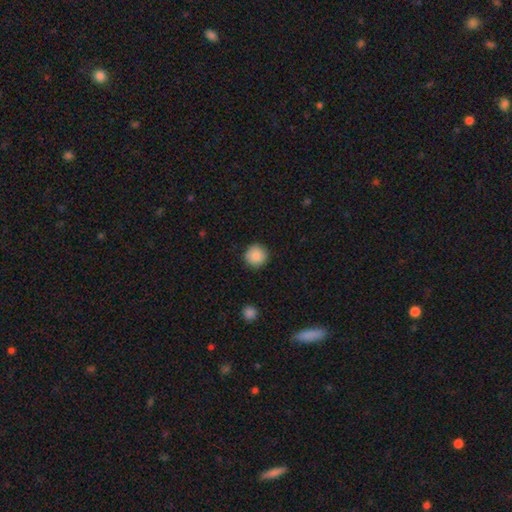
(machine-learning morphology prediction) This appears to be a smooth galaxy with no disk features (89%) that is round (95%). Merging: none (92%).